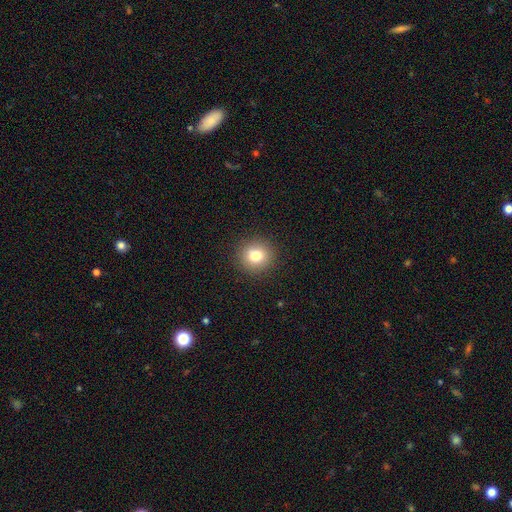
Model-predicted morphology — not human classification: A smooth galaxy with no disk features (79%) that is round (91%). Merging: none (91%).